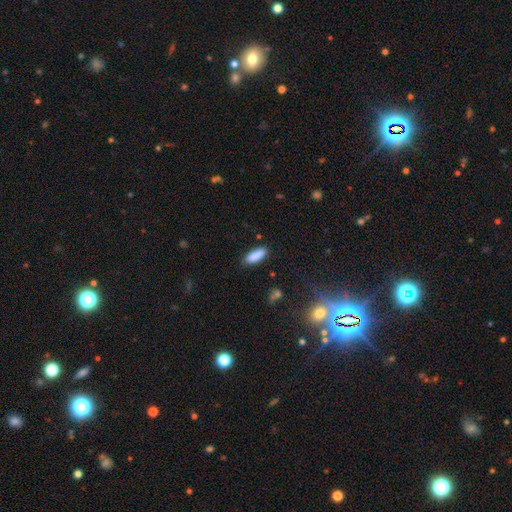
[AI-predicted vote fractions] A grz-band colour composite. It shows a smooth galaxy with no disk features (89%) that is in between round and cigar-shaped (61%). Merging: none (86%).